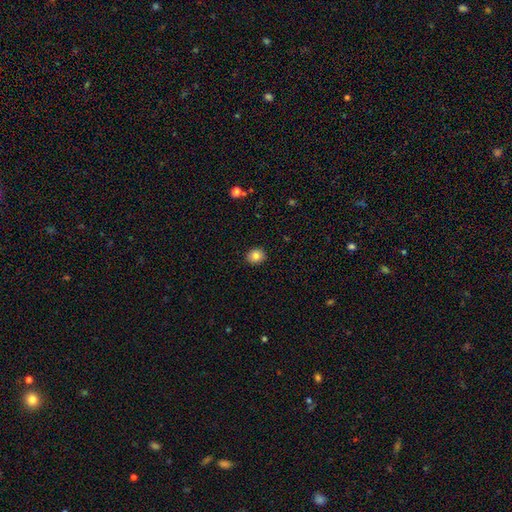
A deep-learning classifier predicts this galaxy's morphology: smooth-or-featured: smooth: 84% | star or artifact: 10% | featured or disk: 6%
  how-rounded: round: 70% | in between: 29% | cigar-shaped: 1%
  merging: none: 91% | minor disturbance: 7% | major disturbance: 2% | merger: 1%